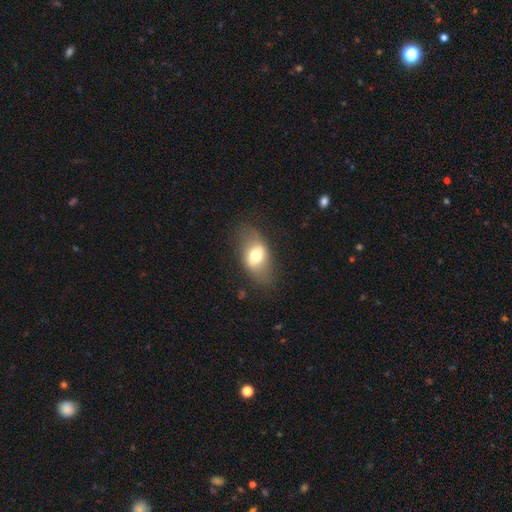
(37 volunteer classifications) Overall: smooth (57%; featured or disk 38%). How rounded: in between (95%). Merging: none (83%).